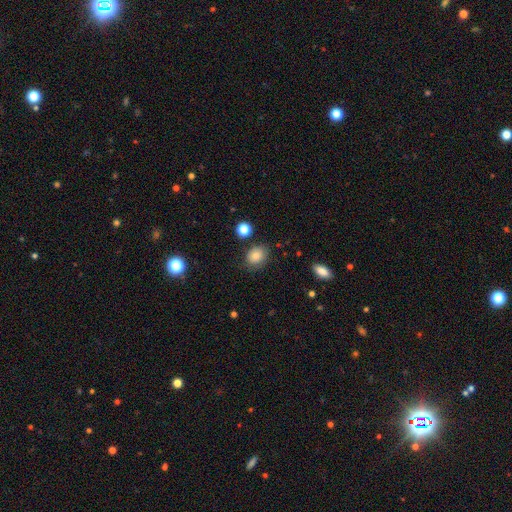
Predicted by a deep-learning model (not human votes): This is clearly a smooth galaxy (81%). How rounded: possibly round (53%). Merging: likely none (75%).